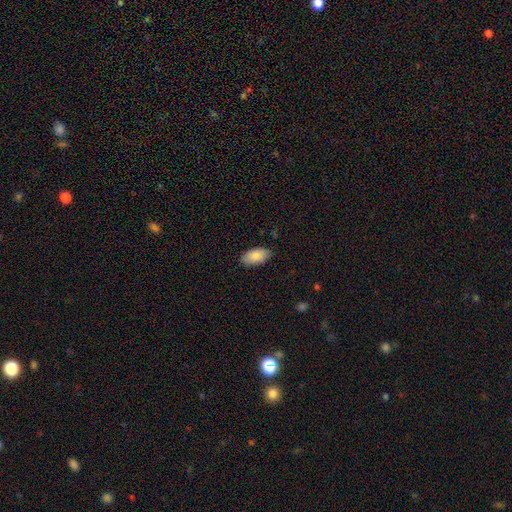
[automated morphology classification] Smooth or featured? smooth (84%)
How rounded? in between (94%)
Merging? none (84%)